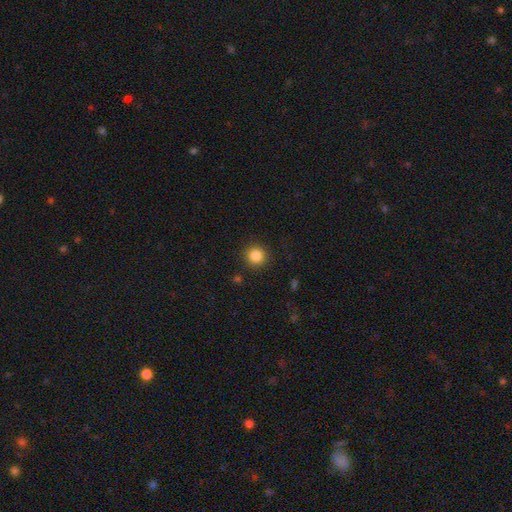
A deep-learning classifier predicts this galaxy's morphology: Smooth or featured? smooth (85%)
How rounded? round (93%)
Merging? none (91%)